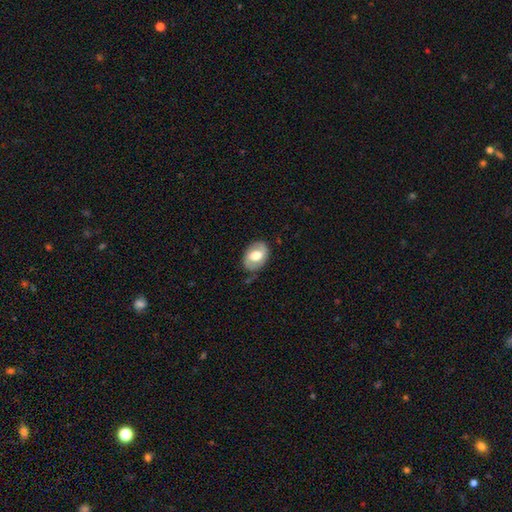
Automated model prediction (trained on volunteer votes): A smooth galaxy with no disk features (49%).

Vote fractions:
- Smooth or featured? smooth: 49% / featured or disk: 45% / star or artifact: 6%
- Merging? none: 76% / minor disturbance: 18% / major disturbance: 5% / merger: 1%